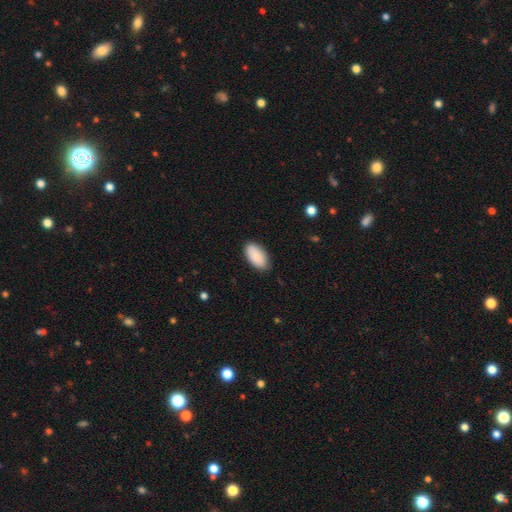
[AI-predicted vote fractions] smooth_or_featured: smooth (p=0.90) [alt: star or artifact p=0.06]
how_rounded: in between (p=0.95) [alt: cigar-shaped p=0.03]
merging: none (p=0.85) [alt: minor disturbance p=0.12]